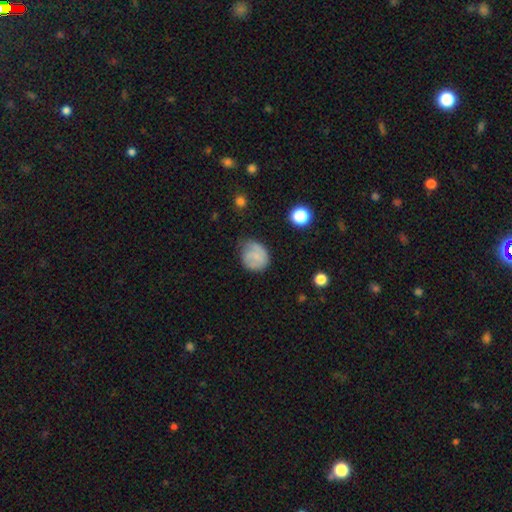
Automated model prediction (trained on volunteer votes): Q: Smooth or featured?
A: smooth (64%); runner-up: featured or disk (27%)
Q: How rounded?
A: round (74%); runner-up: in between (25%)
Q: Merging?
A: none (52%); runner-up: minor disturbance (33%)